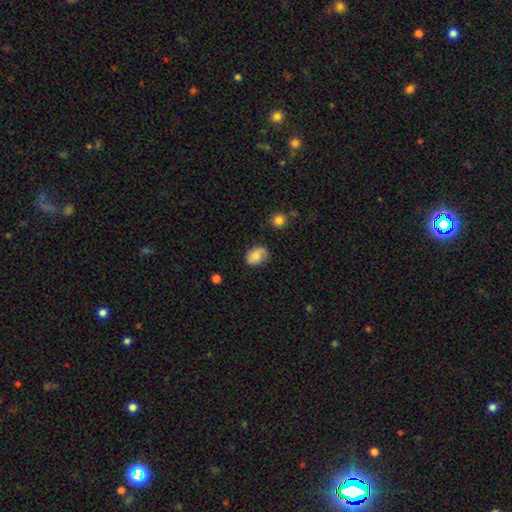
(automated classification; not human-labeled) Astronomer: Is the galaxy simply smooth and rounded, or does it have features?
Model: smooth — 78%.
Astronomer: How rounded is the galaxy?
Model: in between — 75%.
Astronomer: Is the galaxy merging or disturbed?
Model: none — 76%.